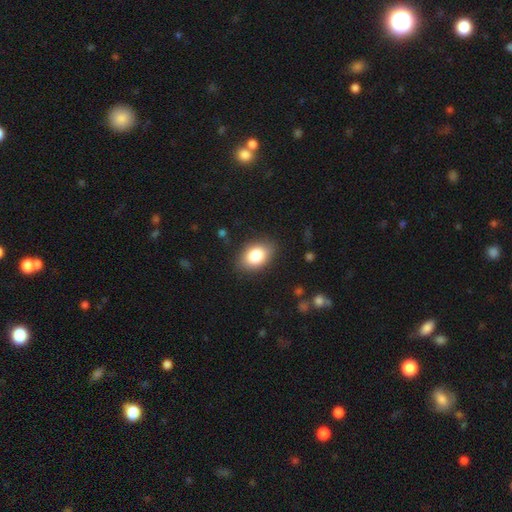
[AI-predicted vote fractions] Smooth or featured?
  - smooth: 82% *
  - featured or disk: 10%
  - star or artifact: 8%
How rounded?
  - in between: 81% *
  - round: 18%
  - cigar-shaped: 1%
Merging?
  - none: 85% *
  - minor disturbance: 11%
  - major disturbance: 3%
  - merger: 1%